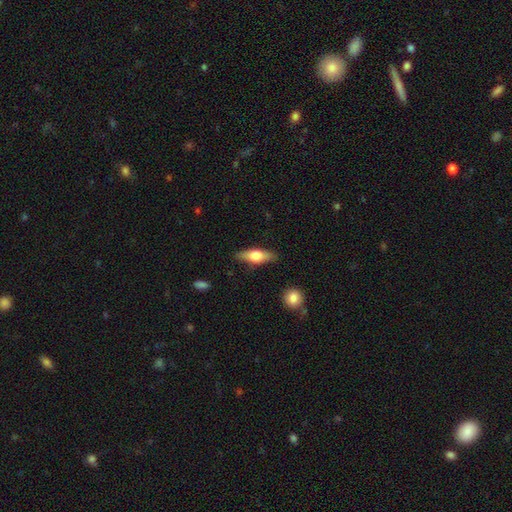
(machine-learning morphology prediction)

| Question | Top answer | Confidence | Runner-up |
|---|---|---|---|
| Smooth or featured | smooth | 53% | featured or disk (41%) |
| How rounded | in between | 58% | cigar-shaped (39%) |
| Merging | none | 85% | minor disturbance (11%) |